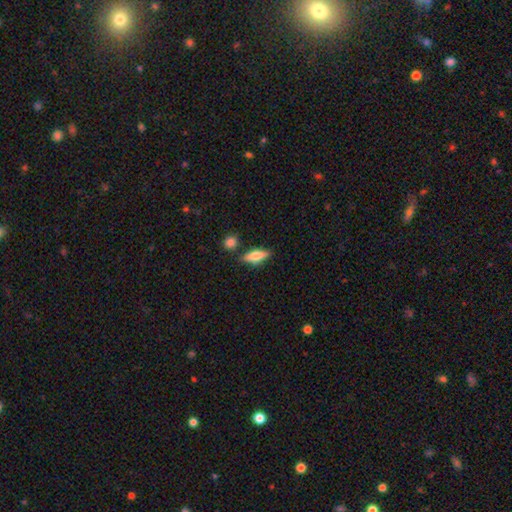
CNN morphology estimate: Overall: smooth (61%; featured or disk 32%). How rounded: in between (58%; cigar-shaped 39%). Merging: none (78%).